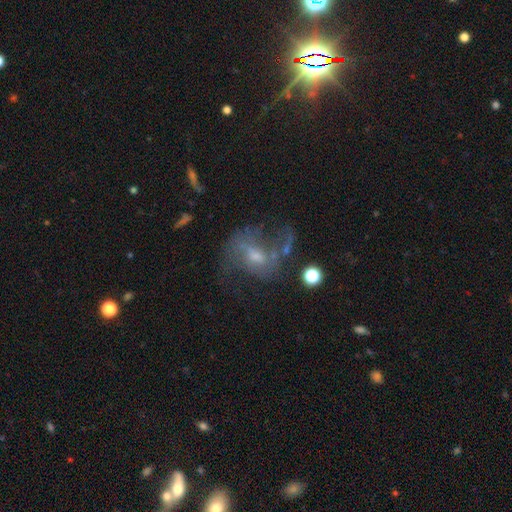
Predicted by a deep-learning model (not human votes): Overall: featured or disk (69%). Edge-on disk: no (96%). Bar: weak (50%; no 36%). Spiral arms: yes (76%). Spiral arm count: 2 (70%). Spiral winding: loose (56%; medium 34%). Bulge size: moderate (43%; small 40%). Merging: none (42%; major disturbance 29%).